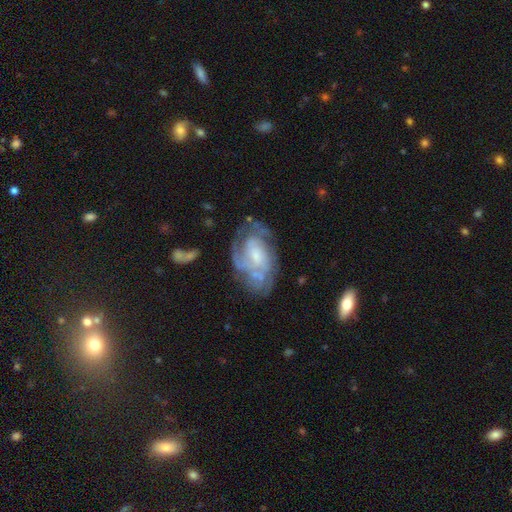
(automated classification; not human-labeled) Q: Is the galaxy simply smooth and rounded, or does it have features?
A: featured or disk — 78%.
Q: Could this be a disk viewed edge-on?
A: no — 96%.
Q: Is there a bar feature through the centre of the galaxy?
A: no — 60%.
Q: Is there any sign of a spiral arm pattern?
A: yes — 86%.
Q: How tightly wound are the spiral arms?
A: tight — 54%.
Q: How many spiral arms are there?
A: can't tell — 44%.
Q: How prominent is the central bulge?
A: small — 50%.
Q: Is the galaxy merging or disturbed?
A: none — 55%.